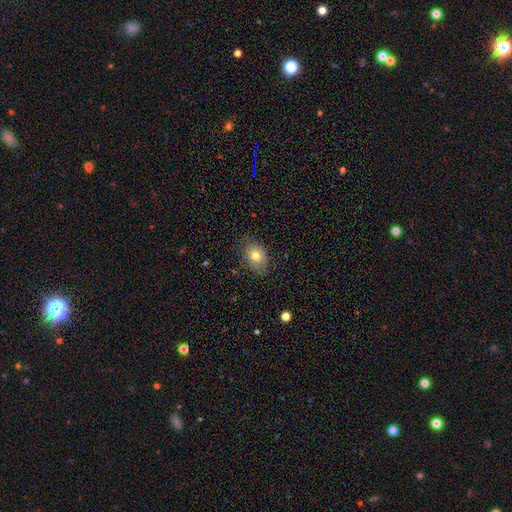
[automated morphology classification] This is likely a smooth galaxy (75%). How rounded: likely in between (67%). Merging: likely none (76%).